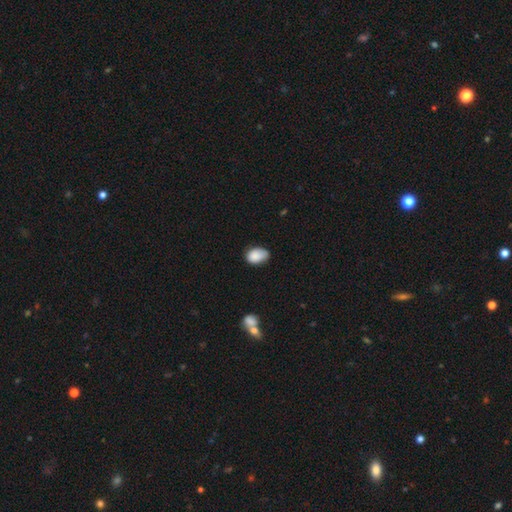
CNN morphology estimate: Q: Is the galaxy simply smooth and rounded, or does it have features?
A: smooth — 87%.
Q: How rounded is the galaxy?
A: in between — 85%.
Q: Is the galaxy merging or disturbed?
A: none — 56%.